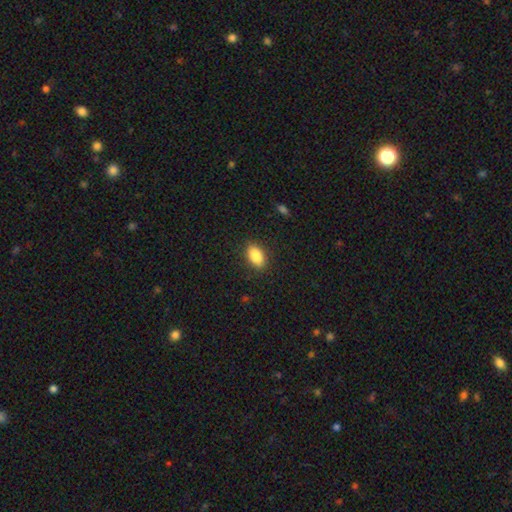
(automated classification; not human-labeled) smooth_or_featured: smooth (p=0.86) [alt: star or artifact p=0.07]
how_rounded: in between (p=0.90) [alt: round p=0.07]
merging: none (p=0.87) [alt: minor disturbance p=0.09]